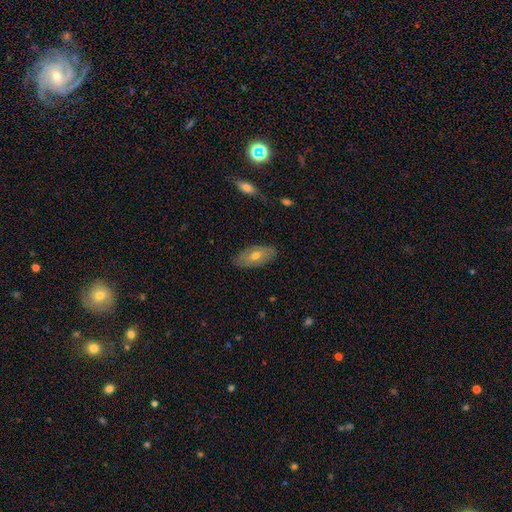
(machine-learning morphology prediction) Smooth or featured? smooth (53%)
How rounded? in between (89%)
Merging? none (83%)